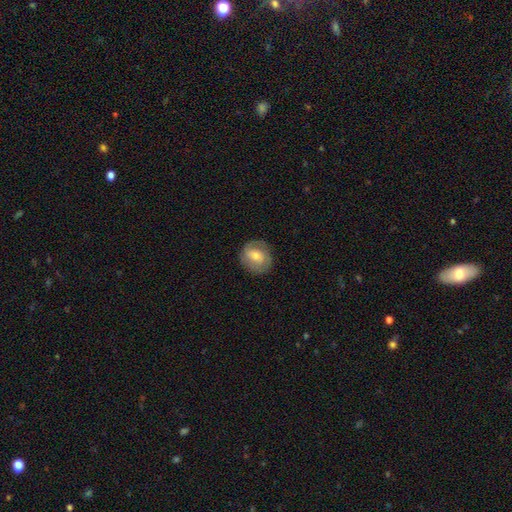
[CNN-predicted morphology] smooth-or-featured: featured or disk: 50% | smooth: 42% | star or artifact: 8%
  disk-edge-on: no: 96% | yes: 4%
  merging: none: 81% | minor disturbance: 13% | major disturbance: 5% | merger: 1%